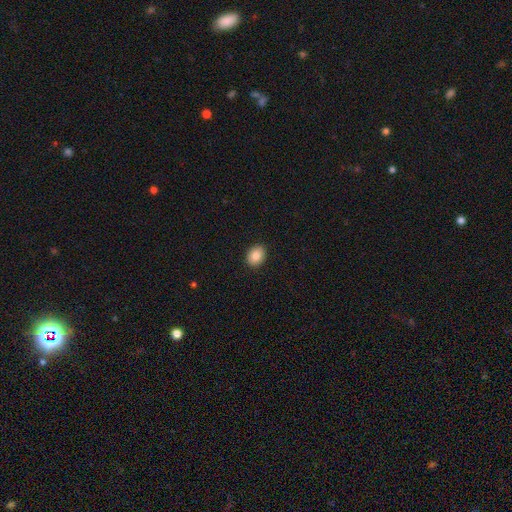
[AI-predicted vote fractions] Smooth or featured? smooth (86%)
How rounded? in between (63%)
Merging? none (91%)